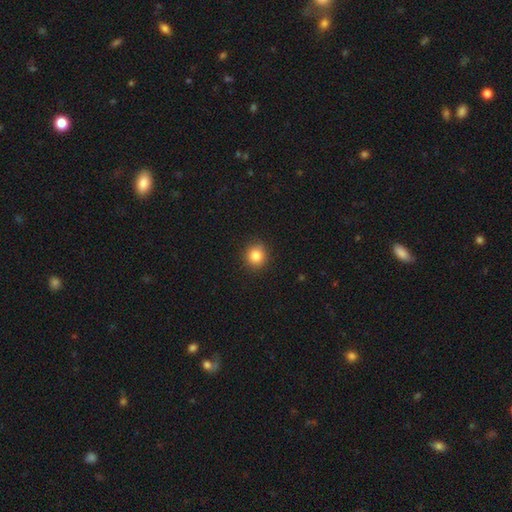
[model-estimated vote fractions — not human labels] A smooth galaxy with no disk features (84%) that is round (90%).

Vote fractions:
- Smooth or featured? smooth: 84% / star or artifact: 11% / featured or disk: 5%
- How rounded? round: 90% / in between: 9% / cigar-shaped: 1%
- Merging? none: 90% / minor disturbance: 7% / major disturbance: 2% / merger: 1%